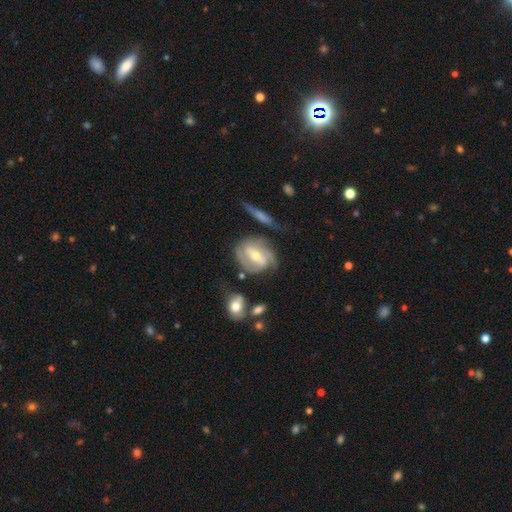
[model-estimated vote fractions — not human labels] The model was most divided on "bar": strong: 43%, weak: 40%, no: 18%. Remaining: edge-on disk — no (96%); spiral arms — yes (94%); smooth or featured — featured or disk (83%); merging — none (62%); bulge size — moderate (58%); spiral arm count — 2 (52%); spiral winding — tight (46%).